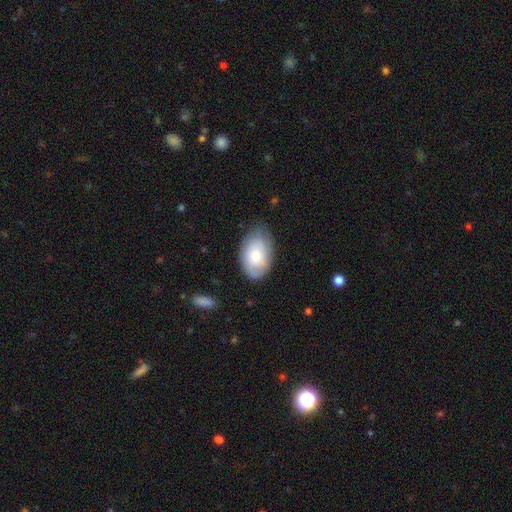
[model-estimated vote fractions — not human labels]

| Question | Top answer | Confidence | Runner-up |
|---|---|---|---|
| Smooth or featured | smooth | 65% | featured or disk (28%) |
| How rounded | in between | 89% | round (10%) |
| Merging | none | 71% | minor disturbance (22%) |